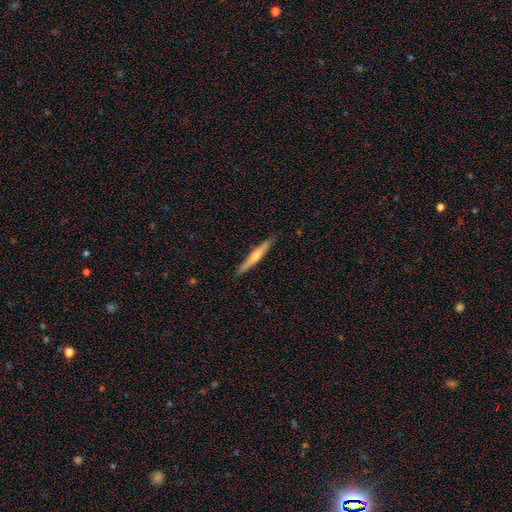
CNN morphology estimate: Smooth or featured: featured or disk — 56% (smooth — 39%)
Edge-on disk: yes — 96% (no — 4%)
Edge-on bulge: rounded — 82% (none — 15%)
Merging: none — 89% (minor disturbance — 8%)